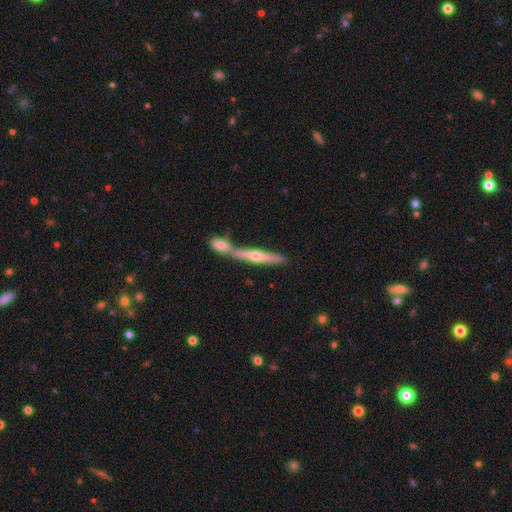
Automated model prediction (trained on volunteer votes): Smooth or featured? Predicted: featured or disk (p=0.66). Edge-on disk? Predicted: yes (p=0.93). Edge-on bulge? Predicted: rounded (p=0.81). Merging? Predicted: none (p=0.57).